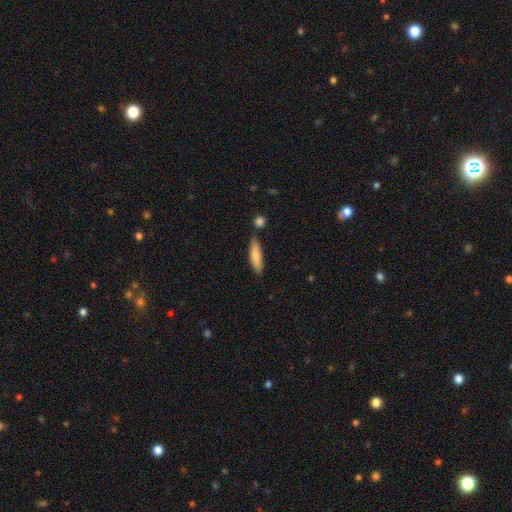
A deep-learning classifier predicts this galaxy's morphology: Smooth or featured: smooth — 80% (featured or disk — 14%)
How rounded: cigar-shaped — 70% (in between — 28%)
Merging: none — 78% (minor disturbance — 13%)